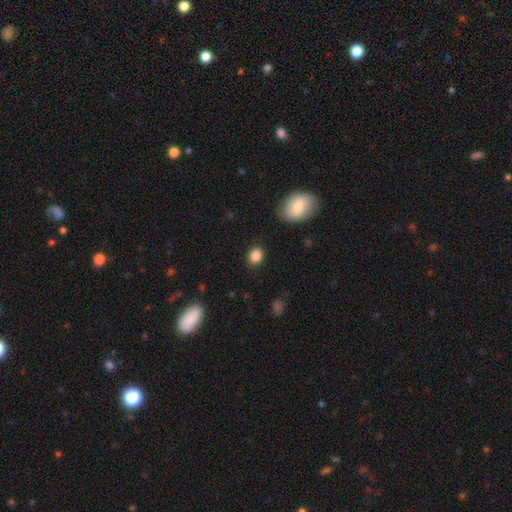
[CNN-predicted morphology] Smooth or featured: smooth — 87% (star or artifact — 9%)
How rounded: round — 57% (in between — 41%)
Merging: none — 86% (minor disturbance — 9%)